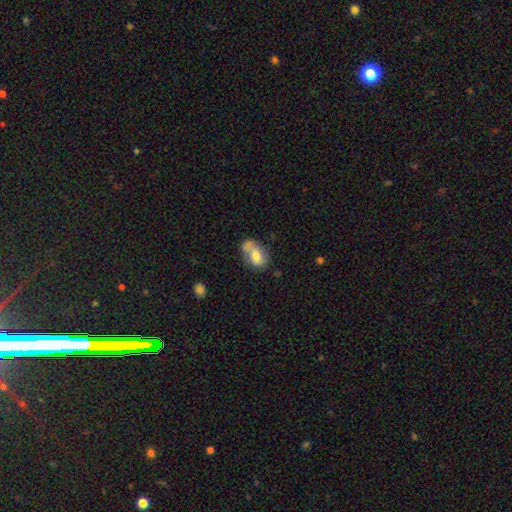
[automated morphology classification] smooth_or_featured: smooth (p=0.70) [alt: featured or disk p=0.22]
how_rounded: in between (p=0.78) [alt: round p=0.20]
merging: merger (p=0.38) [alt: none p=0.32]